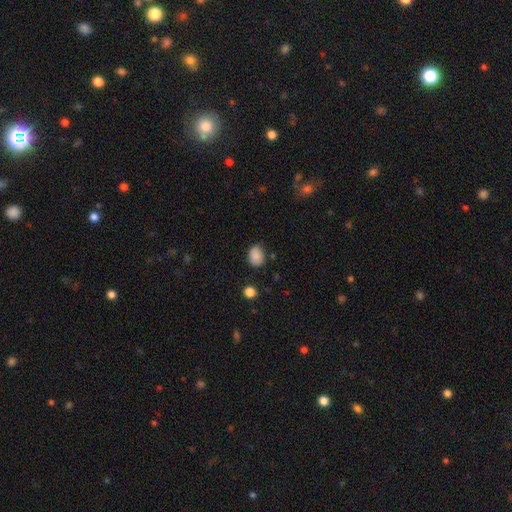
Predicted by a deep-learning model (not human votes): Morphology: type=smooth (86%); roundness=in between (61%); merging=none (71%).